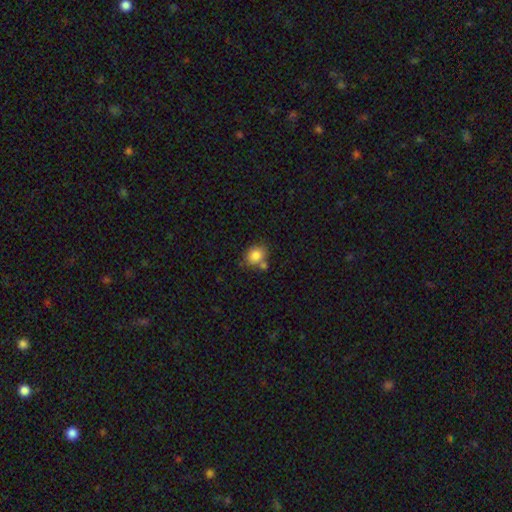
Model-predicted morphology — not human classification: Smooth or featured: smooth — 83% (star or artifact — 9%)
How rounded: round — 61% (in between — 38%)
Merging: none — 57% (merger — 22%)